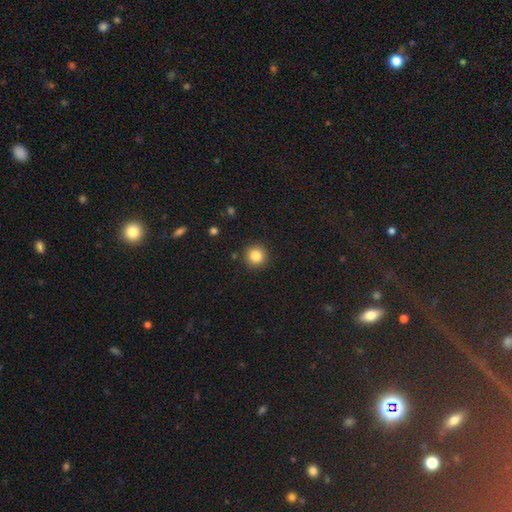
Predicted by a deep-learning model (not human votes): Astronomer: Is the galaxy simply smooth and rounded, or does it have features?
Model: smooth — 85%.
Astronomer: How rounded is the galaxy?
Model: round — 94%.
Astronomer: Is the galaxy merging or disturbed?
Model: none — 91%.